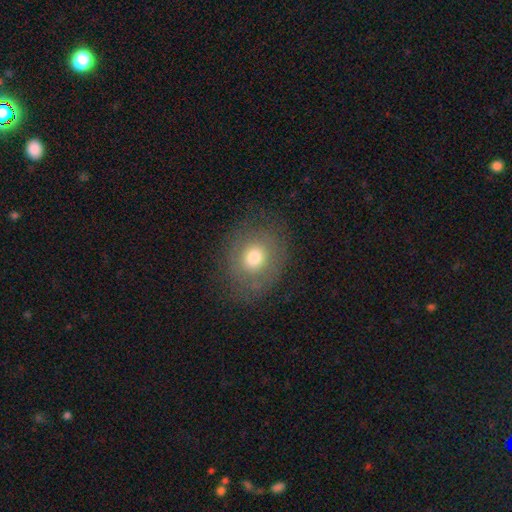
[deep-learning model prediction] Smooth or featured: smooth — 62% (featured or disk — 27%)
How rounded: round — 57% (in between — 42%)
Merging: none — 78% (minor disturbance — 15%)